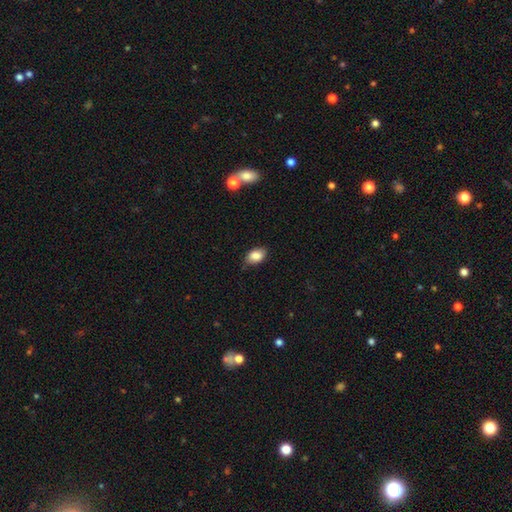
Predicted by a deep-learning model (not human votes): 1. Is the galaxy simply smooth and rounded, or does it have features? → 85% smooth, 8% star or artifact, 7% featured or disk.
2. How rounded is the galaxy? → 87% in between, 11% round, 2% cigar-shaped.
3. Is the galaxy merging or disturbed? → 77% none, 19% minor disturbance, 3% major disturbance, 1% merger.